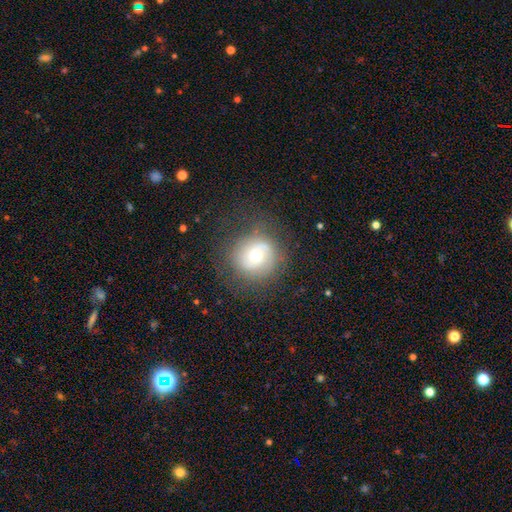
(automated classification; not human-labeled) This is marginally a featured or disk galaxy (45%). Merging: likely none (72%).